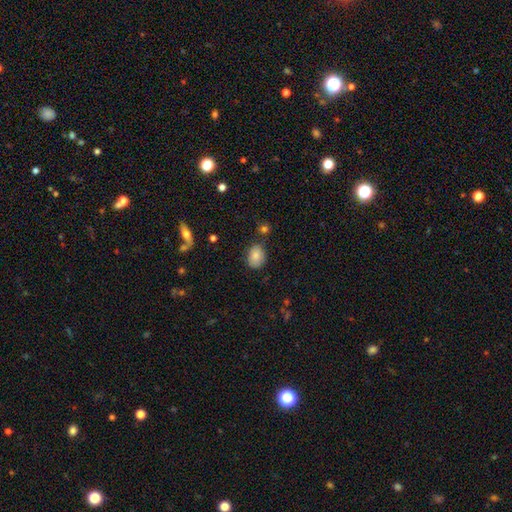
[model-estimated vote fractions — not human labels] Smooth or featured? Predicted: smooth (p=0.83). How rounded? Predicted: in between (p=0.69). Merging? Predicted: none (p=0.74).